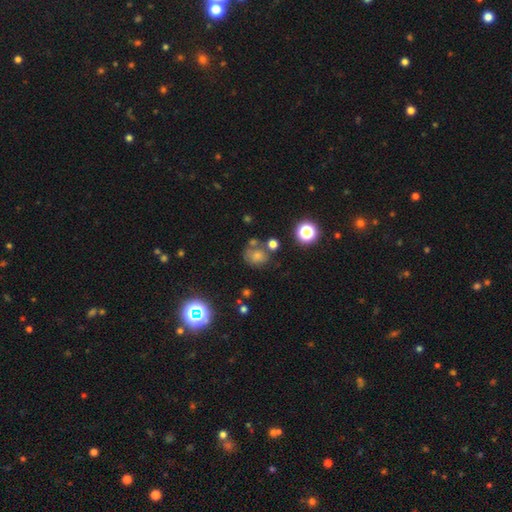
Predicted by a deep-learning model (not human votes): Smooth or featured: smooth — 57% (star or artifact — 28%)
How rounded: round — 74% (in between — 25%)
Merging: none — 59% (minor disturbance — 17%)